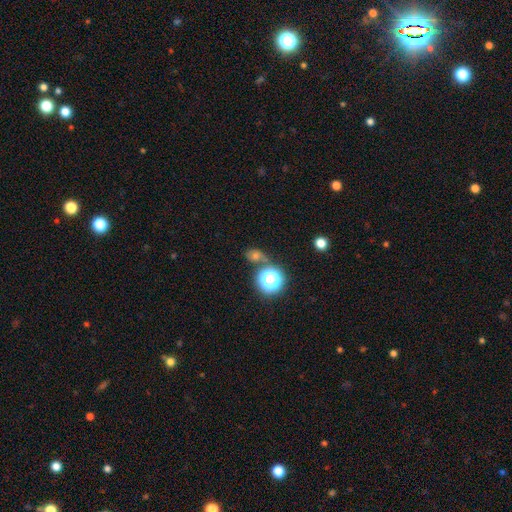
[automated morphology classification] smooth 44%, star or artifact 42%, featured or disk 14%. Down the decision tree: merging — none (64%).